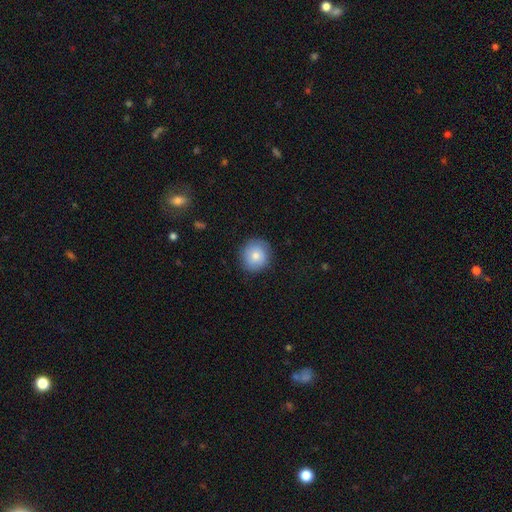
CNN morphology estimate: Smooth or featured? Predicted: smooth (p=0.79). How rounded? Predicted: round (p=0.91). Merging? Predicted: none (p=0.86).